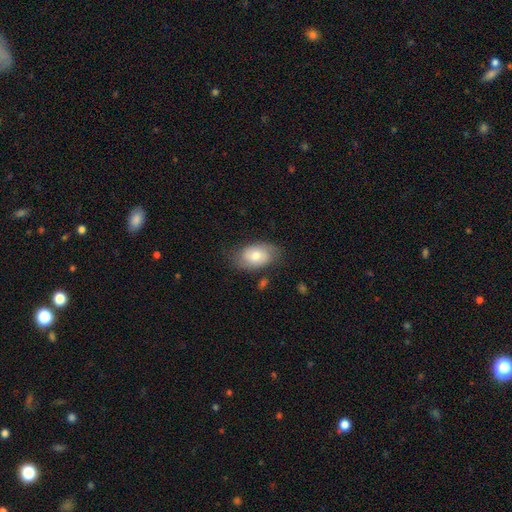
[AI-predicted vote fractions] This is likely a smooth galaxy (64%). How rounded: clearly in between (90%). Merging: likely none (69%).